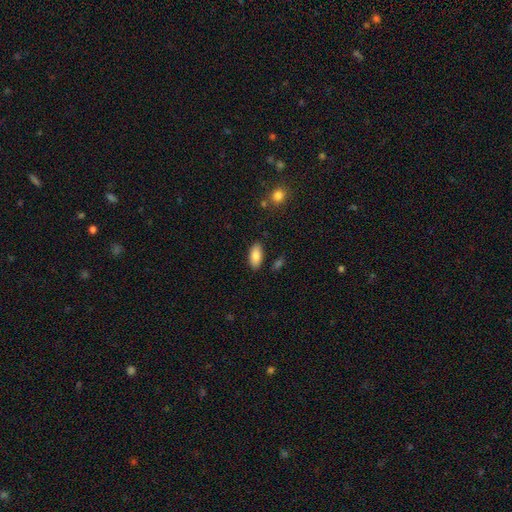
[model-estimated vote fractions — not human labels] Morphology: type=smooth (85%); roundness=in between (91%); merging=none (85%).